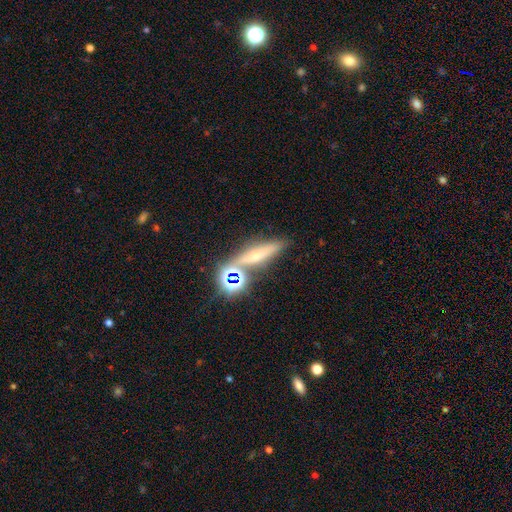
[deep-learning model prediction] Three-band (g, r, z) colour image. It shows a smooth galaxy with no disk features (46%). Merging: none (66%).